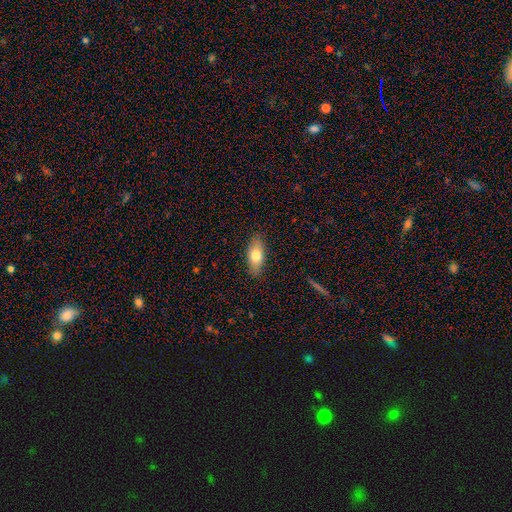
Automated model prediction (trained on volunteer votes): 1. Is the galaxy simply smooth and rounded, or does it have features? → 74% smooth, 19% featured or disk, 7% star or artifact.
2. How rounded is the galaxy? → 81% in between, 15% cigar-shaped, 4% round.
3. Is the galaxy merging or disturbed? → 86% none, 10% minor disturbance, 2% major disturbance, 1% merger.